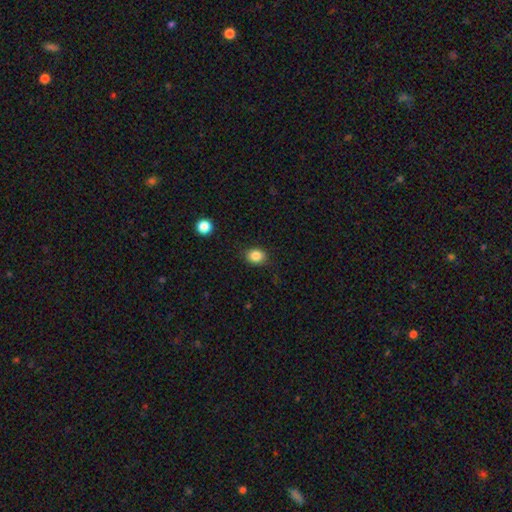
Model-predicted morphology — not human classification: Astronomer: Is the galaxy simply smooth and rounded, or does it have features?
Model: smooth — 85%.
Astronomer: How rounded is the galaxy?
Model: round — 60% (runner-up: in between, 39%).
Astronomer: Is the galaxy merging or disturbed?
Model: none — 86%.